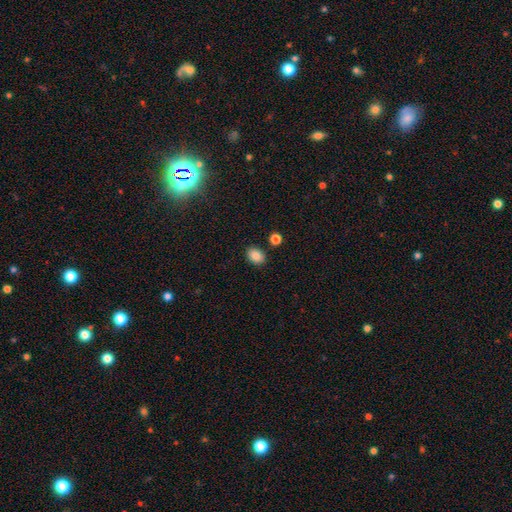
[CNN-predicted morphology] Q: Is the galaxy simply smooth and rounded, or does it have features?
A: smooth — 86%.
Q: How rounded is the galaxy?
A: in between — 72%.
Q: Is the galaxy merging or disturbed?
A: none — 86%.